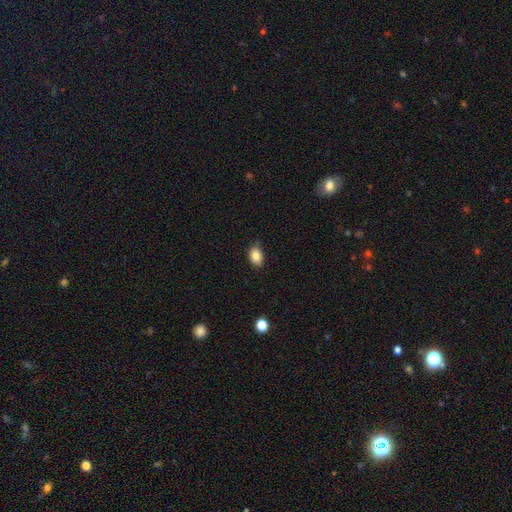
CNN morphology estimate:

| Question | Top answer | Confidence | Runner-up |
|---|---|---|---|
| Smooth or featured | smooth | 86% | star or artifact (9%) |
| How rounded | in between | 81% | round (18%) |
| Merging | none | 74% | minor disturbance (22%) |